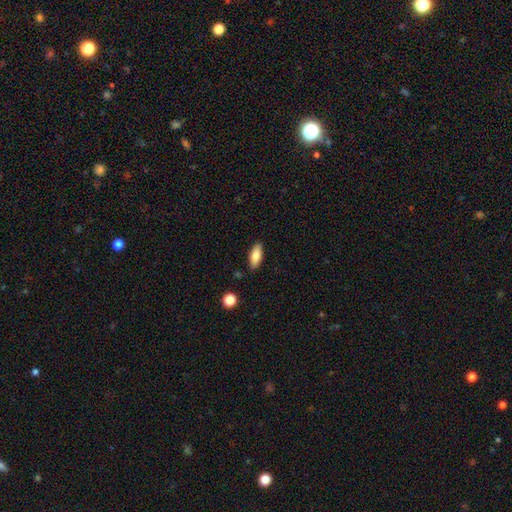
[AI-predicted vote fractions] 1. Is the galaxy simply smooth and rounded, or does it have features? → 83% smooth, 10% featured or disk, 7% star or artifact.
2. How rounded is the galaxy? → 80% in between, 18% cigar-shaped, 2% round.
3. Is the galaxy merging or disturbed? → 86% none, 10% minor disturbance, 2% major disturbance, 2% merger.